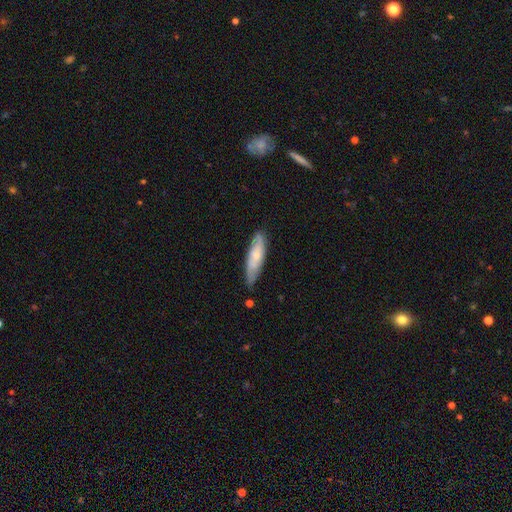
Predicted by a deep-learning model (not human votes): smooth-or-featured: smooth: 52% | featured or disk: 42% | star or artifact: 6%
  how-rounded: cigar-shaped: 65% | in between: 33% | round: 2%
  merging: none: 72% | minor disturbance: 22% | major disturbance: 4% | merger: 2%